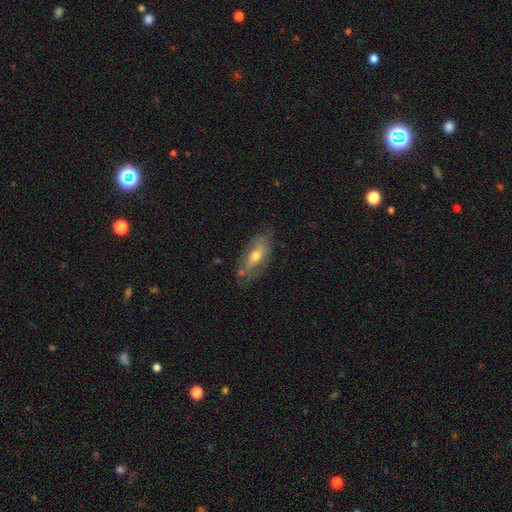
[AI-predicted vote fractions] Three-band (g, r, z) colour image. It shows a featured or disk galaxy (50%). Merging: none (64%).